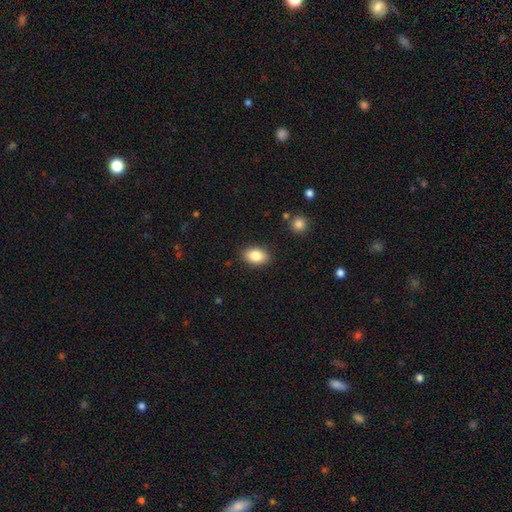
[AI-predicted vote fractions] Overall: smooth (84%). How rounded: in between (87%). Merging: none (88%).